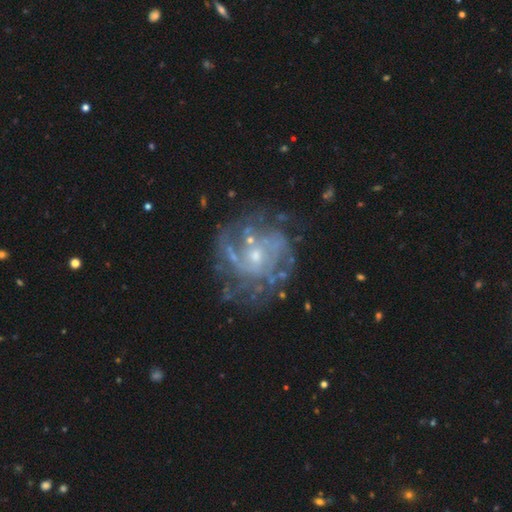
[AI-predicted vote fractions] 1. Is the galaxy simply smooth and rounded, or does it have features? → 84% featured or disk, 8% star or artifact, 7% smooth.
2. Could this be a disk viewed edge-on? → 98% no, 2% yes.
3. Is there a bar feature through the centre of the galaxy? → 71% no, 25% weak, 4% strong.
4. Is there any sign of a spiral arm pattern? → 87% yes, 13% no.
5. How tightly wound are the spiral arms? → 46% tight, 39% medium, 15% loose.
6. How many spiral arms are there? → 37% can't tell, 23% 2, 17% 3, 10% 4, 7% more than 4, 6% 1.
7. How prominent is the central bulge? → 62% small, 32% moderate, 4% none, 2% large, 1% dominant.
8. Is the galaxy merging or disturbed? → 65% none, 18% minor disturbance, 14% major disturbance, 3% merger.